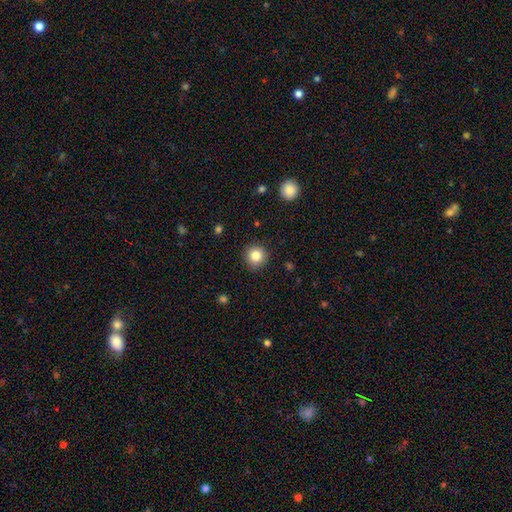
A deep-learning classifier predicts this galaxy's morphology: Q: Smooth or featured?
A: smooth (83%); runner-up: star or artifact (10%)
Q: How rounded?
A: round (94%); runner-up: in between (5%)
Q: Merging?
A: none (90%); runner-up: minor disturbance (6%)